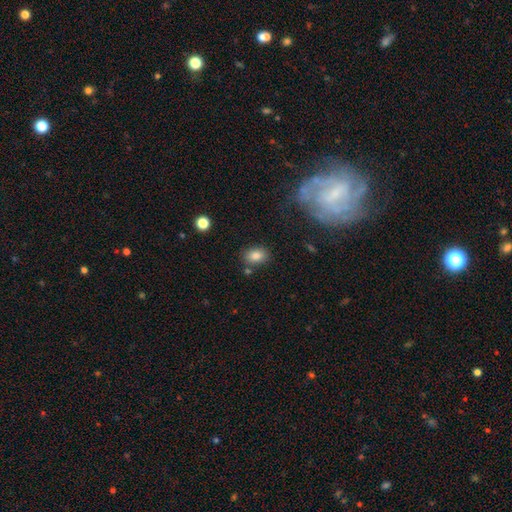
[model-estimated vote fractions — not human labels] smooth-or-featured: smooth: 83% | star or artifact: 10% | featured or disk: 7%
  how-rounded: in between: 76% | round: 22% | cigar-shaped: 1%
  merging: none: 78% | minor disturbance: 12% | merger: 7% | major disturbance: 3%